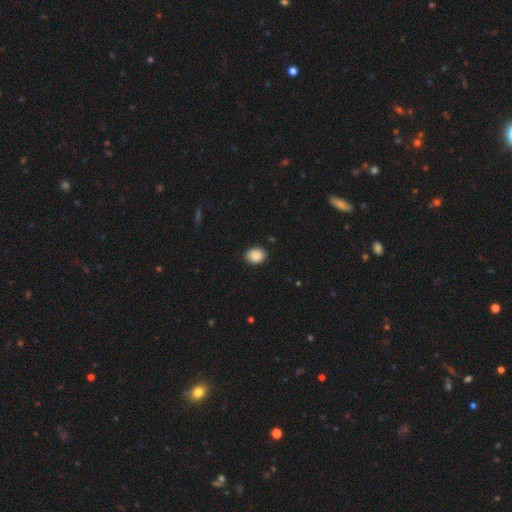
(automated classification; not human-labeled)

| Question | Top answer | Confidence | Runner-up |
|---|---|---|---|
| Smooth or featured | smooth | 89% | star or artifact (8%) |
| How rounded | in between | 57% | round (42%) |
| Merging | none | 84% | minor disturbance (13%) |